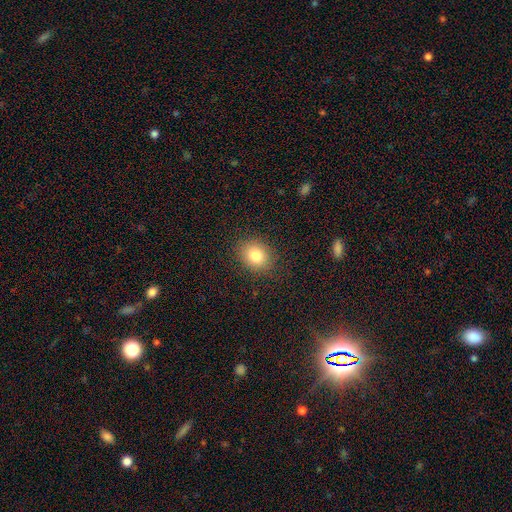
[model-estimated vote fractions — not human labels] Smooth or featured: smooth — 81% (star or artifact — 11%)
How rounded: round — 53% (in between — 46%)
Merging: none — 88% (minor disturbance — 8%)